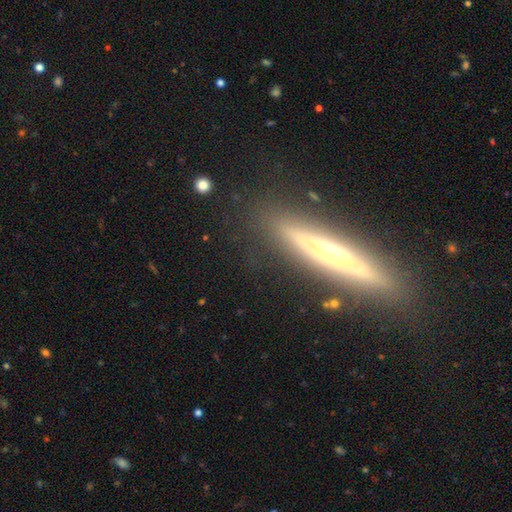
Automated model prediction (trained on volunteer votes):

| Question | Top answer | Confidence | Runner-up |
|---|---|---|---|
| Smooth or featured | featured or disk | 68% | smooth (24%) |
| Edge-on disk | yes | 89% | no (11%) |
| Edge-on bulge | rounded | 79% | none (17%) |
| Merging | none | 86% | minor disturbance (10%) |